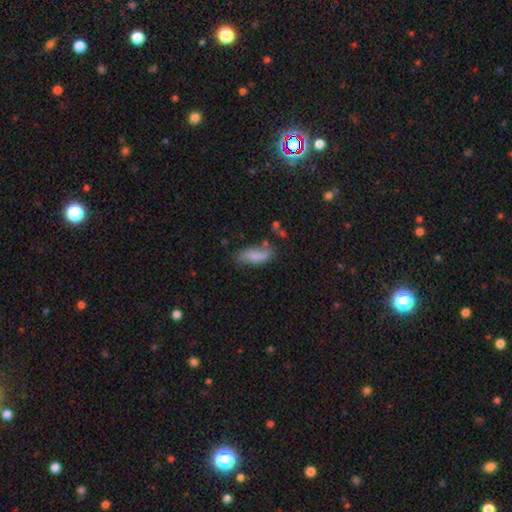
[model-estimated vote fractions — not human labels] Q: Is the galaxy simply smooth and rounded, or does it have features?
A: smooth — 76%.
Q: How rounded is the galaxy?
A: in between — 80%.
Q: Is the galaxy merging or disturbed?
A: none — 58%.